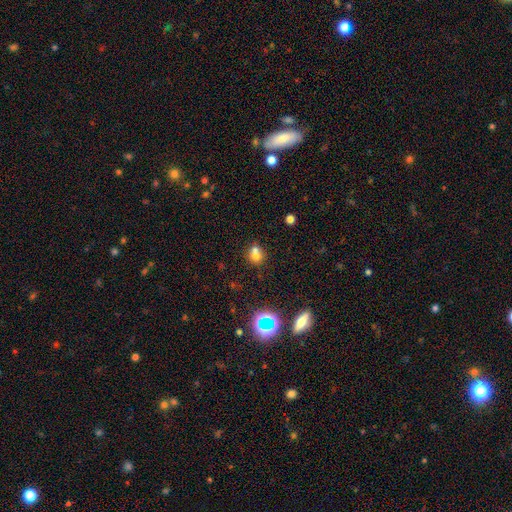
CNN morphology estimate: Q: Smooth or featured?
A: smooth (66%); runner-up: star or artifact (19%)
Q: How rounded?
A: round (74%); runner-up: in between (24%)
Q: Merging?
A: merger (48%); runner-up: none (41%)